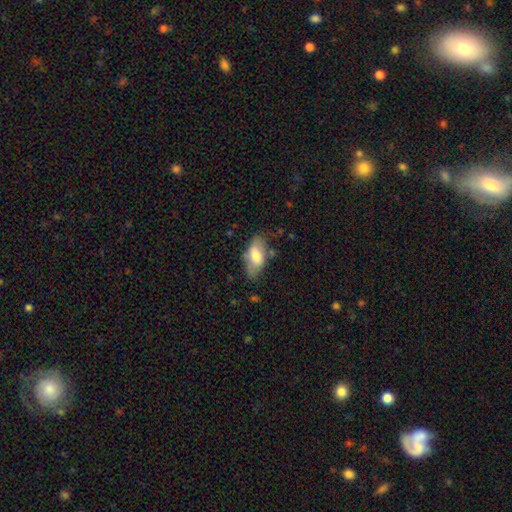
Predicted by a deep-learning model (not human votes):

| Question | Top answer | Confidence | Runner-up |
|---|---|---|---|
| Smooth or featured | smooth | 69% | featured or disk (25%) |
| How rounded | in between | 90% | cigar-shaped (6%) |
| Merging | none | 62% | minor disturbance (27%) |